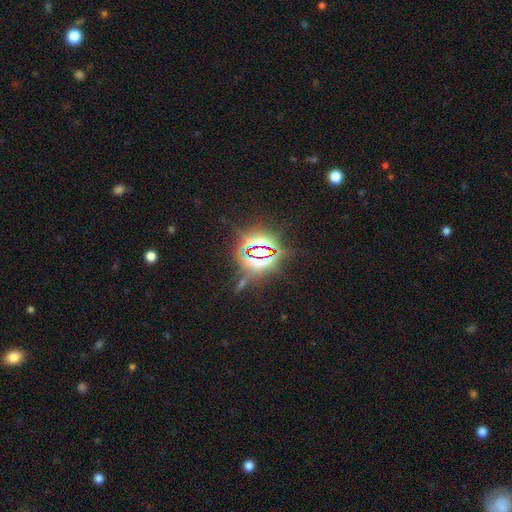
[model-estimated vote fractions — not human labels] A star or artifact, not a galaxy (85%).

Vote fractions:
- Smooth or featured? star or artifact: 85% / smooth: 8% / featured or disk: 7%